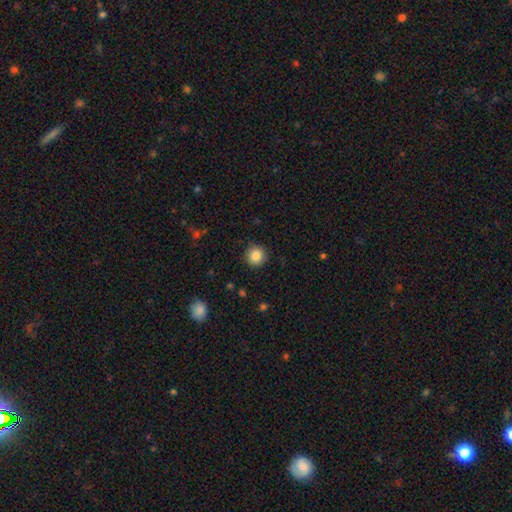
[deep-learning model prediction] Smooth or featured? smooth (86%)
How rounded? round (94%)
Merging? none (90%)